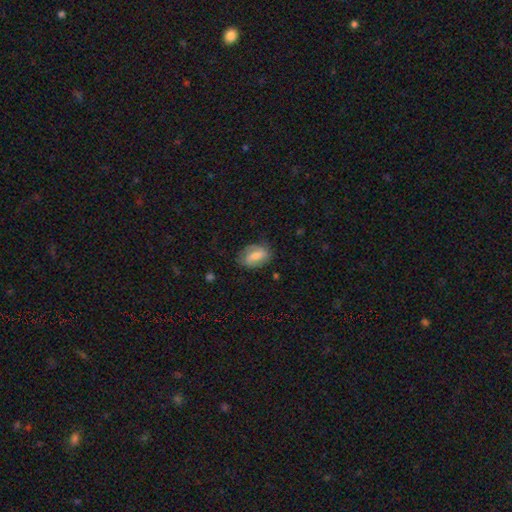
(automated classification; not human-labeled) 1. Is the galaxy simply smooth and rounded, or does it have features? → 49% smooth, 44% featured or disk, 7% star or artifact.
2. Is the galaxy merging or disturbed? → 72% none, 20% minor disturbance, 6% major disturbance, 1% merger.